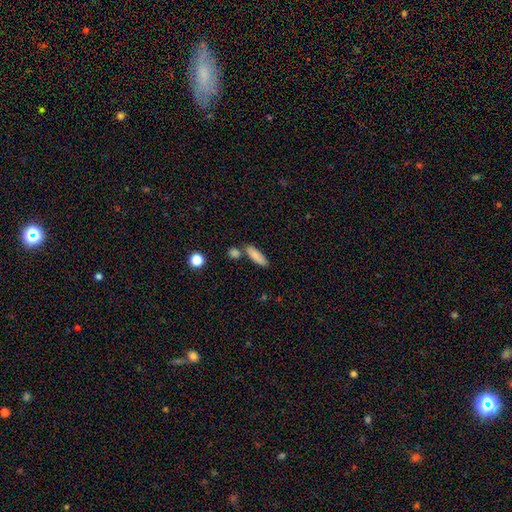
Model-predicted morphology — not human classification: Smooth or featured?
  - smooth: 85% *
  - featured or disk: 8%
  - star or artifact: 8%
How rounded?
  - cigar-shaped: 49% *
  - in between: 48%
  - round: 3%
Merging?
  - none: 69% *
  - merger: 15%
  - minor disturbance: 12%
  - major disturbance: 3%